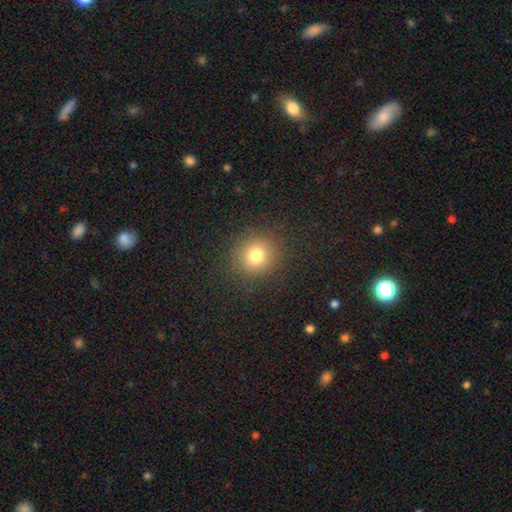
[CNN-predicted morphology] Smooth or featured? smooth (77%)
How rounded? round (89%)
Merging? none (88%)